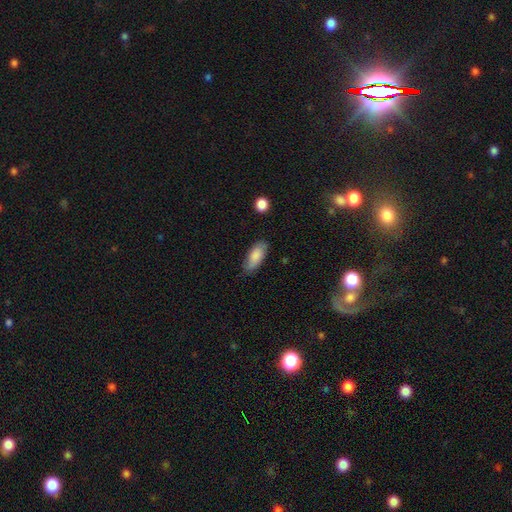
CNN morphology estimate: Q: Smooth or featured?
A: smooth (81%); runner-up: featured or disk (12%)
Q: How rounded?
A: in between (82%); runner-up: cigar-shaped (16%)
Q: Merging?
A: none (75%); runner-up: minor disturbance (20%)